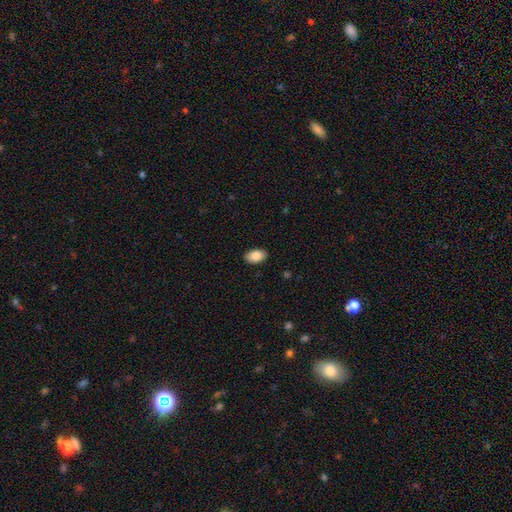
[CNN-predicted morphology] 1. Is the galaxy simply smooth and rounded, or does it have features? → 87% smooth, 7% star or artifact, 6% featured or disk.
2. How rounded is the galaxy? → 93% in between, 6% round, 1% cigar-shaped.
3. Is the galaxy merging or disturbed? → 89% none, 8% minor disturbance, 2% major disturbance, 1% merger.